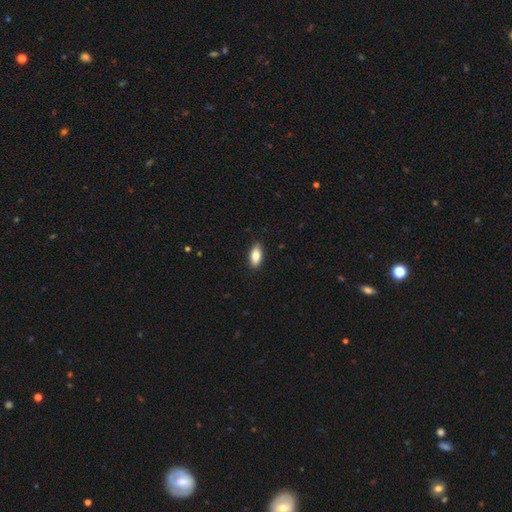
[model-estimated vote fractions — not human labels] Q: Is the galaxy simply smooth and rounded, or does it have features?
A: smooth — 85%.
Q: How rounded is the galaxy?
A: in between — 89%.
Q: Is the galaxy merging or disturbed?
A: none — 88%.